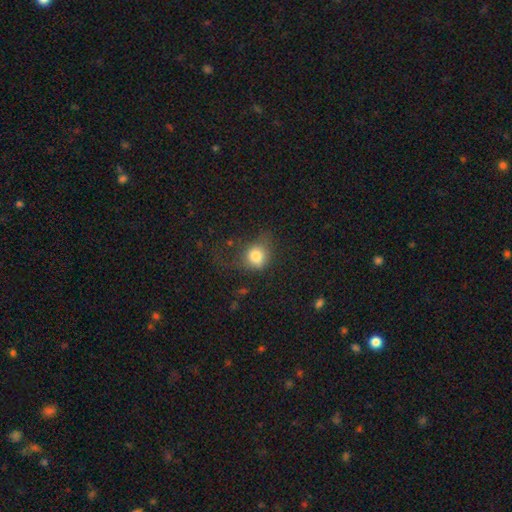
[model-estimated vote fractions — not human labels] Smooth or featured? smooth (80%)
How rounded? round (64%)
Merging? none (42%)